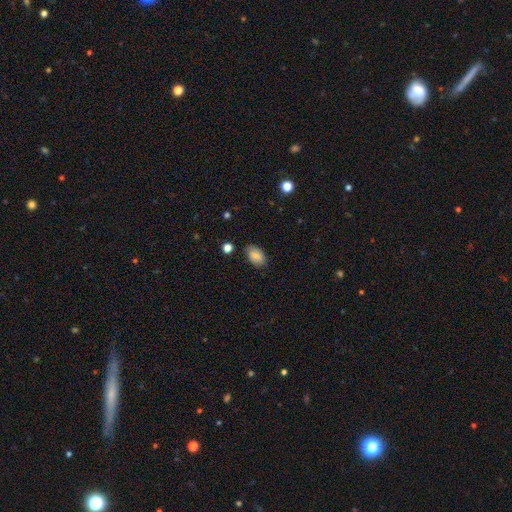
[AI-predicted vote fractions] Morphology: type=smooth (82%); roundness=in between (90%); merging=none (76%).